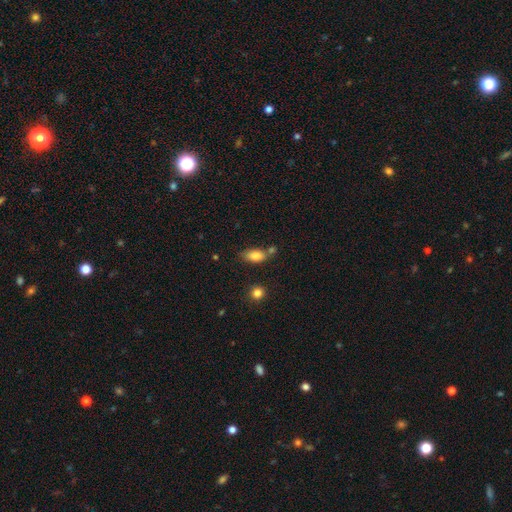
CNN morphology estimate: smooth-or-featured: smooth: 84% | star or artifact: 9% | featured or disk: 8%
  how-rounded: in between: 87% | cigar-shaped: 8% | round: 5%
  merging: none: 58% | minor disturbance: 19% | merger: 18% | major disturbance: 5%